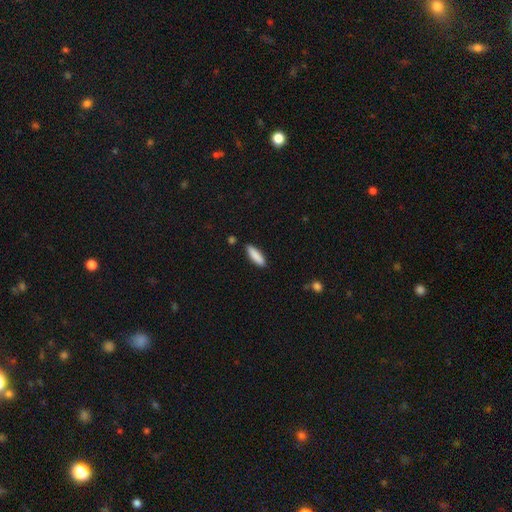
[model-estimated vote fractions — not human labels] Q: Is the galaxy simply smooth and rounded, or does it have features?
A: smooth — 88%.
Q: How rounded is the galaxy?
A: cigar-shaped — 56%.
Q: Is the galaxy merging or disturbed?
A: none — 87%.